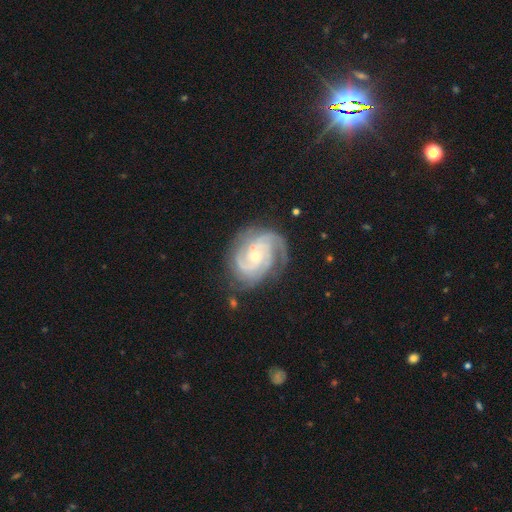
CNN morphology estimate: Smooth or featured: featured or disk — 90% (star or artifact — 5%)
Edge-on disk: no — 98% (yes — 2%)
Bar: no — 70% (weak — 24%)
Spiral arms: yes — 98% (no — 2%)
Spiral winding: tight — 64% (medium — 32%)
Spiral arm count: 3 — 43% (2 — 24%)
Bulge size: small — 61% (moderate — 35%)
Merging: none — 74% (minor disturbance — 18%)